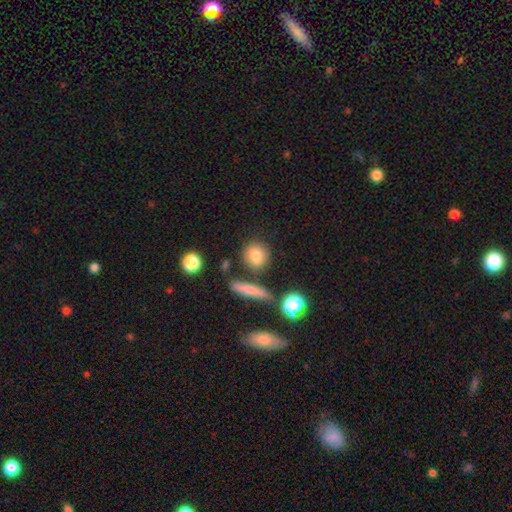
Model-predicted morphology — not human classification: A smooth galaxy with no disk features (79%) that is round (82%). Merging: none (78%).